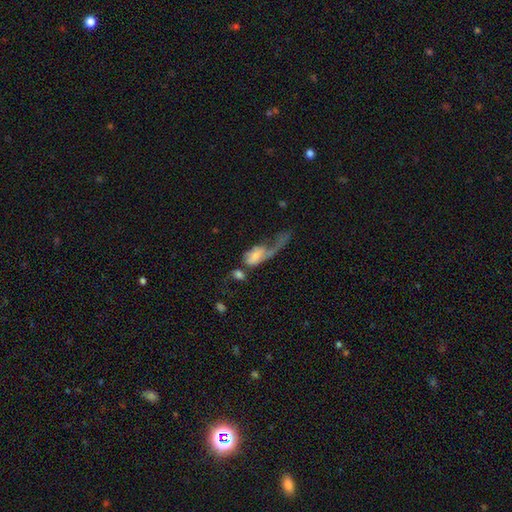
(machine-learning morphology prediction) smooth-or-featured: smooth: 51% | featured or disk: 41% | star or artifact: 8%
  how-rounded: in between: 85% | round: 9% | cigar-shaped: 6%
  merging: major disturbance: 53% | merger: 25% | none: 12% | minor disturbance: 10%